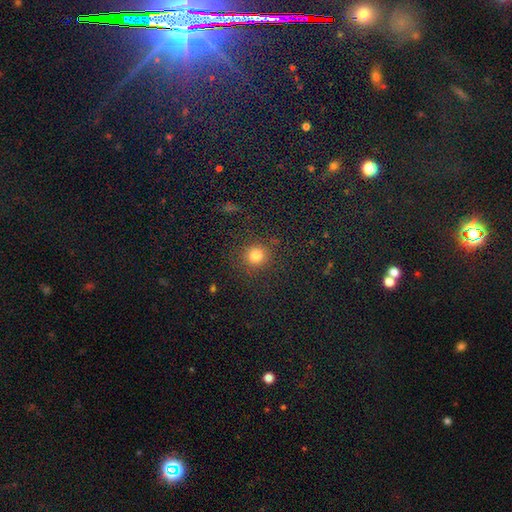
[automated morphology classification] type=smooth (78%); roundness=round (93%); merging=none (88%).